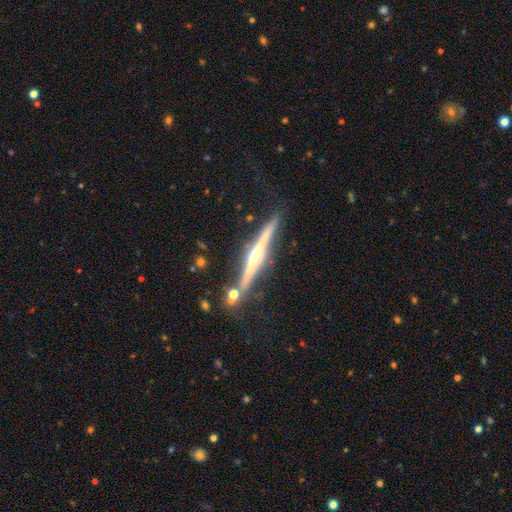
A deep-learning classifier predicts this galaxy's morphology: smooth-or-featured: featured or disk: 79% | smooth: 14% | star or artifact: 7%
  disk-edge-on: yes: 98% | no: 2%
    edge-on-bulge: rounded: 65% | none: 23% | boxy: 12%
  merging: none: 80% | minor disturbance: 11% | merger: 6% | major disturbance: 3%